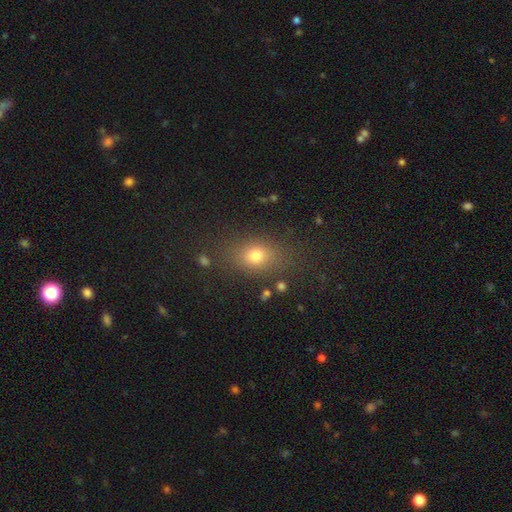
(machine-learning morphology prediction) smooth-or-featured: smooth: 74% | star or artifact: 15% | featured or disk: 10%
  how-rounded: in between: 63% | round: 34% | cigar-shaped: 3%
  merging: none: 79% | minor disturbance: 13% | major disturbance: 5% | merger: 3%